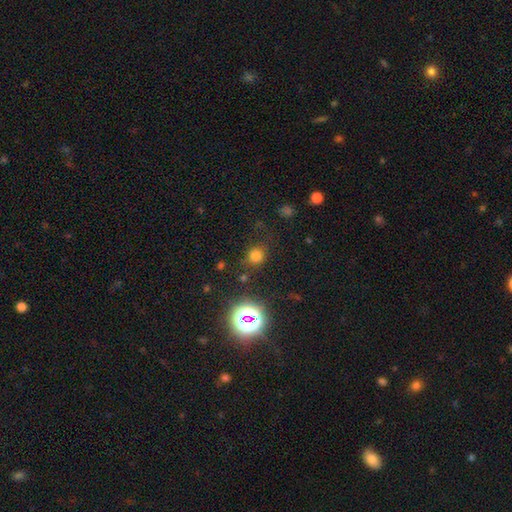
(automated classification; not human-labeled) Smooth or featured? smooth (70%)
How rounded? round (82%)
Merging? none (76%)